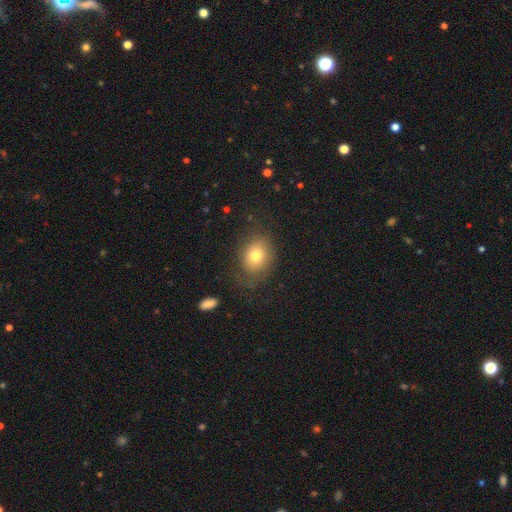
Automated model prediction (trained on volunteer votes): The model was most divided on "how rounded": in between: 51%, round: 48%, cigar-shaped: 1%. More confident: smooth or featured — smooth (75%); merging — none (71%).